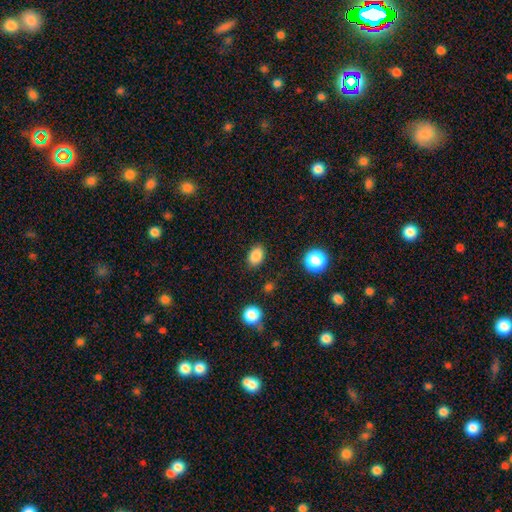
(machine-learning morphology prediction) A smooth galaxy with no disk features (85%) that is in between round and cigar-shaped (76%).

Vote fractions:
- Smooth or featured? smooth: 85% / star or artifact: 10% / featured or disk: 4%
- How rounded? in between: 76% / round: 23% / cigar-shaped: 1%
- Merging? none: 86% / minor disturbance: 10% / major disturbance: 3% / merger: 1%